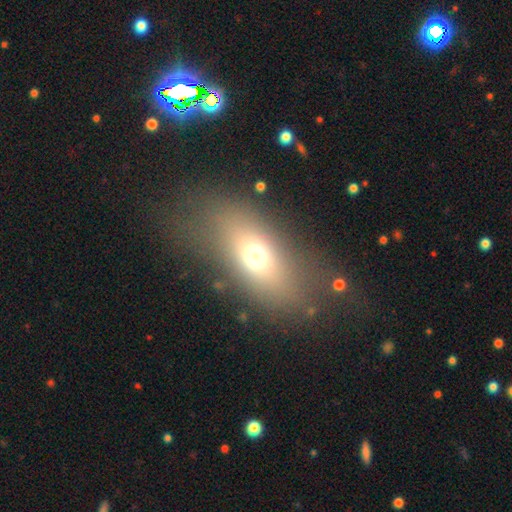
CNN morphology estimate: Smooth or featured? Predicted: smooth (p=0.66). How rounded? Predicted: in between (p=0.75). Merging? Predicted: none (p=0.76).